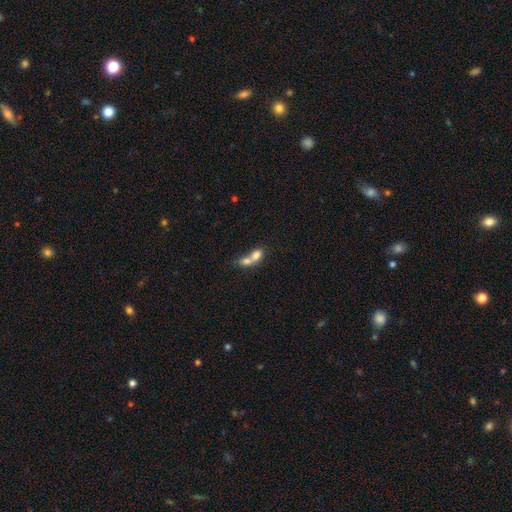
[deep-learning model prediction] A smooth galaxy with no disk features (69%) that is in between round and cigar-shaped (62%). Merging: merger (76%).